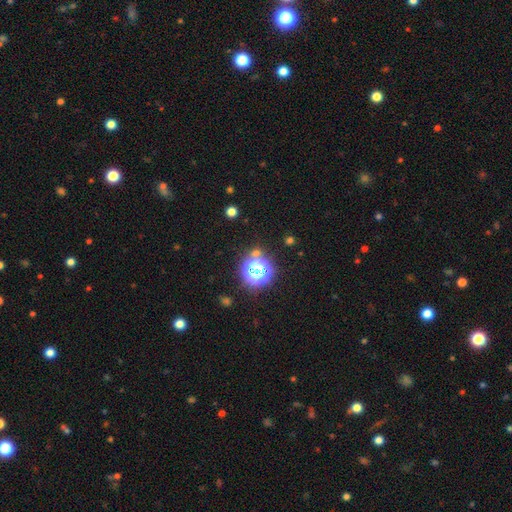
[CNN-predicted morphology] smooth-or-featured: star or artifact: 69% | smooth: 23% | featured or disk: 8%